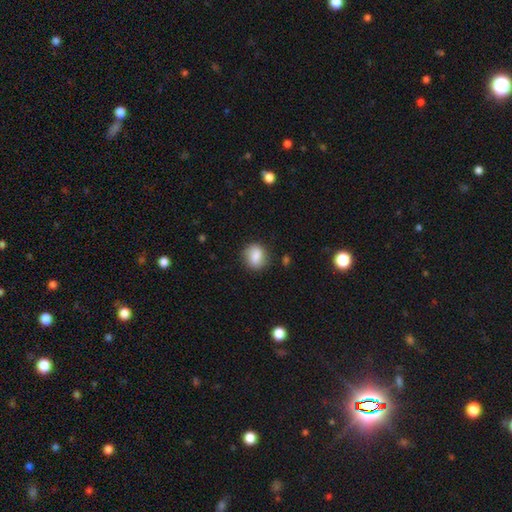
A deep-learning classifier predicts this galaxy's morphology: Overall: smooth (81%). How rounded: round (64%; in between 34%). Merging: none (80%).